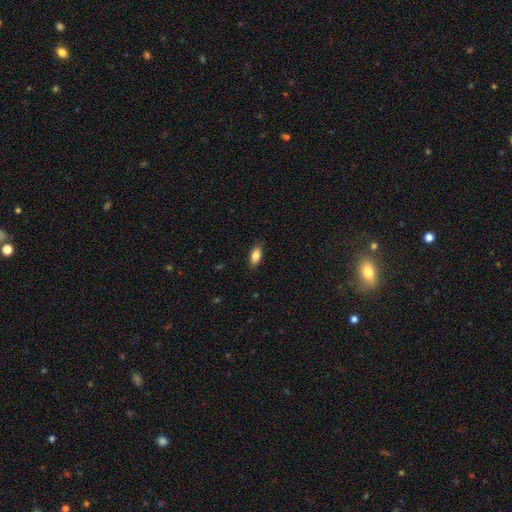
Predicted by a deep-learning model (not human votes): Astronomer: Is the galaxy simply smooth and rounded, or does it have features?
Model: smooth — 84%.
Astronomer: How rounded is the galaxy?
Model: in between — 86%.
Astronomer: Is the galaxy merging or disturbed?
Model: none — 86%.